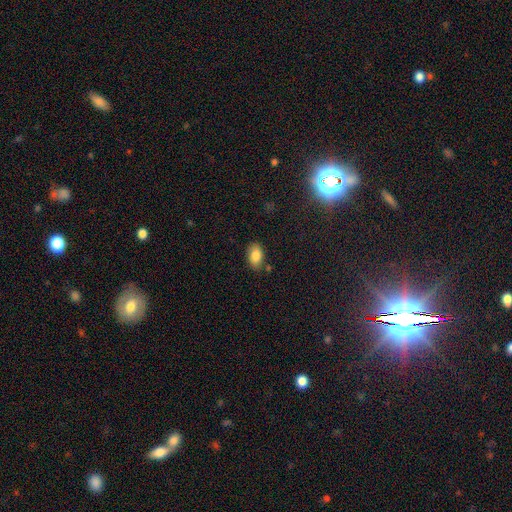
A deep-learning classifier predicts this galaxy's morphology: Smooth or featured?
  - smooth: 85% *
  - star or artifact: 8%
  - featured or disk: 7%
How rounded?
  - in between: 91% *
  - round: 7%
  - cigar-shaped: 2%
Merging?
  - none: 80% *
  - minor disturbance: 14%
  - merger: 3%
  - major disturbance: 3%